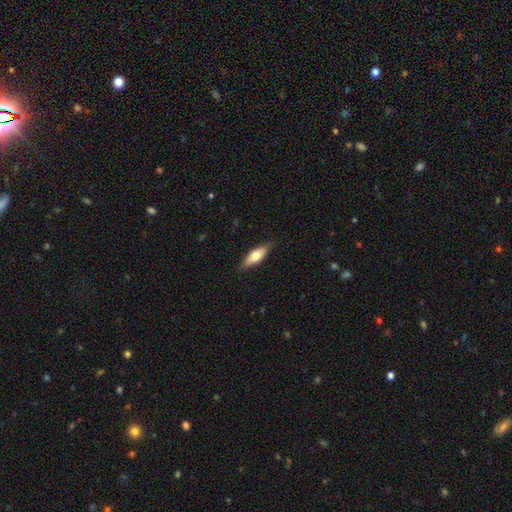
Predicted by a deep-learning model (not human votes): Smooth or featured: smooth — 69% (featured or disk — 26%)
How rounded: in between — 67% (cigar-shaped — 31%)
Merging: none — 84% (minor disturbance — 13%)